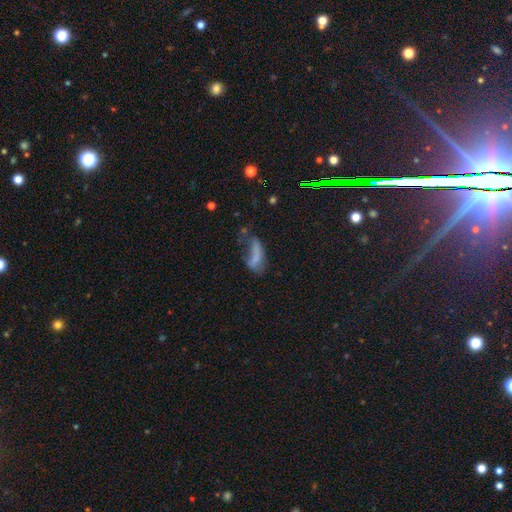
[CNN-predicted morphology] A smooth galaxy with no disk features (58%) that is in between round and cigar-shaped (74%).

Vote fractions:
- Smooth or featured? smooth: 58% / featured or disk: 28% / star or artifact: 14%
- How rounded? in between: 74% / cigar-shaped: 23% / round: 4%
- Merging? major disturbance: 43% / none: 24% / minor disturbance: 24% / merger: 9%